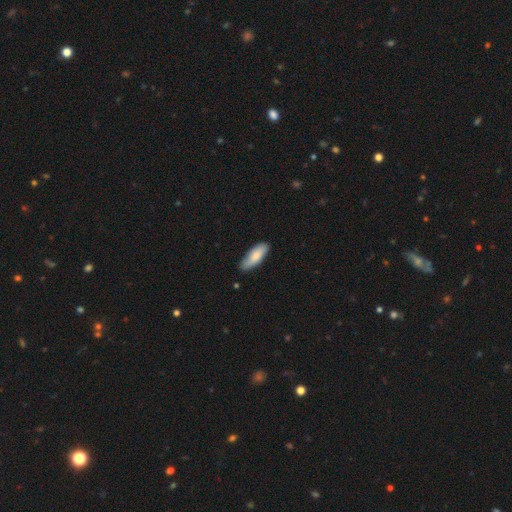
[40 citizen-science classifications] This is clearly a smooth galaxy (80%). How rounded: likely in between (62%). Merging: clearly none (80%).